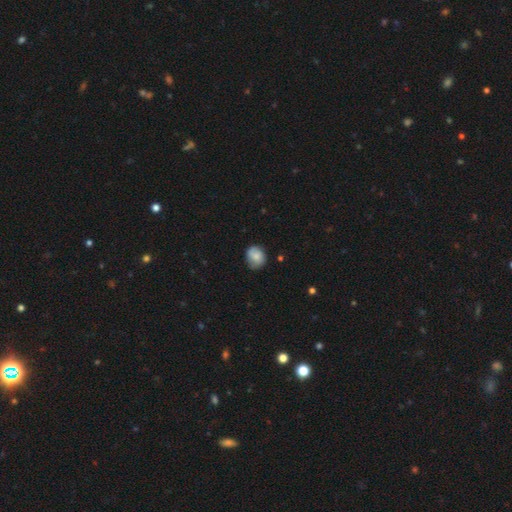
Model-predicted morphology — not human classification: Smooth or featured?
  - smooth: 76% *
  - featured or disk: 17%
  - star or artifact: 8%
How rounded?
  - round: 59% *
  - in between: 40%
  - cigar-shaped: 1%
Merging?
  - none: 66% *
  - minor disturbance: 28%
  - major disturbance: 5%
  - merger: 2%